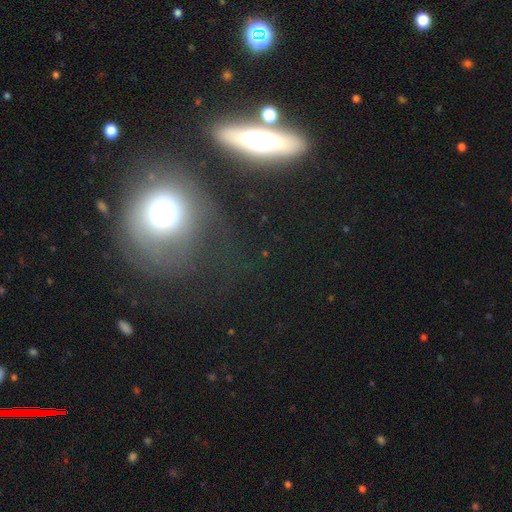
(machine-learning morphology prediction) Q: Smooth or featured?
A: smooth (41%); runner-up: featured or disk (31%)
Q: Merging?
A: none (68%); runner-up: minor disturbance (15%)